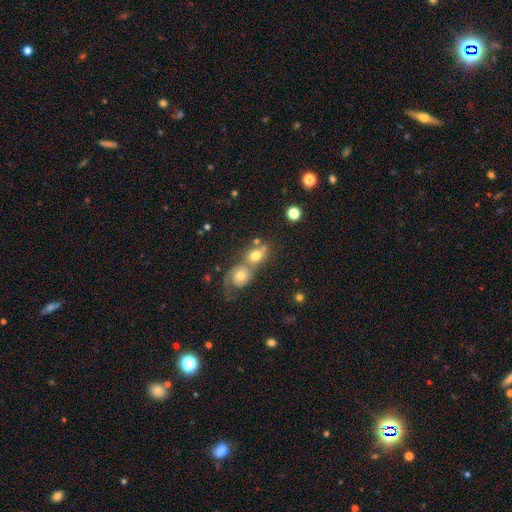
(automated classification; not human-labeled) Smooth or featured: smooth — 59% (featured or disk — 30%)
How rounded: round — 51% (in between — 47%)
Merging: merger — 59% (none — 25%)